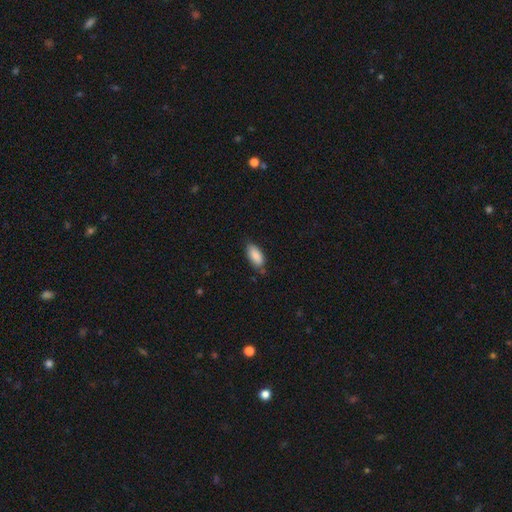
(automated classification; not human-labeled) Morphology: type=smooth (88%); roundness=in between (89%); merging=none (72%).